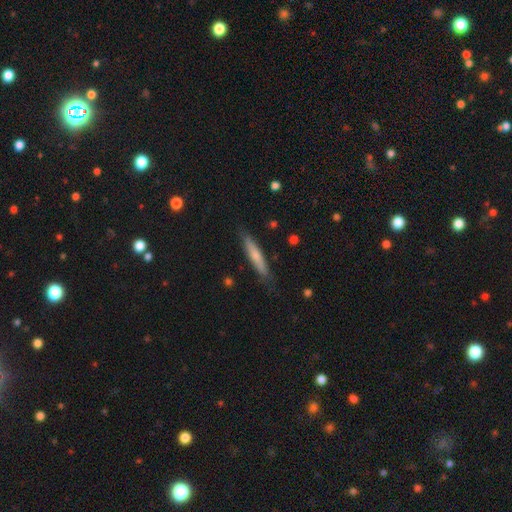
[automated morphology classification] A smooth galaxy with no disk features (60%) that is cigar-shaped (91%).

Vote fractions:
- Smooth or featured? smooth: 60% / featured or disk: 34% / star or artifact: 6%
- How rounded? cigar-shaped: 91% / in between: 8% / round: 1%
- Merging? none: 84% / minor disturbance: 13% / major disturbance: 2% / merger: 1%